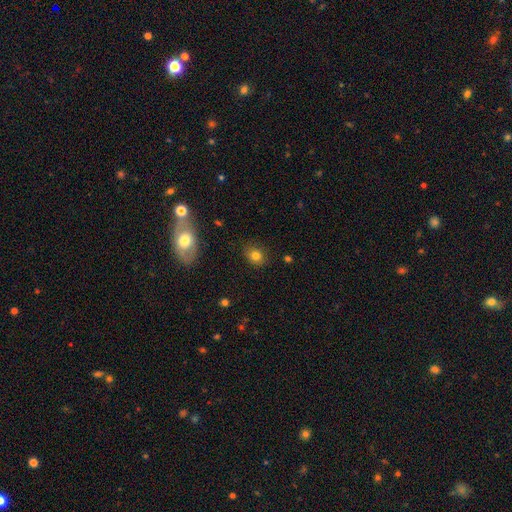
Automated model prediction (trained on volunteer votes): This appears to be a smooth galaxy with no disk features (80%) that is round (60%). Merging: none (85%).